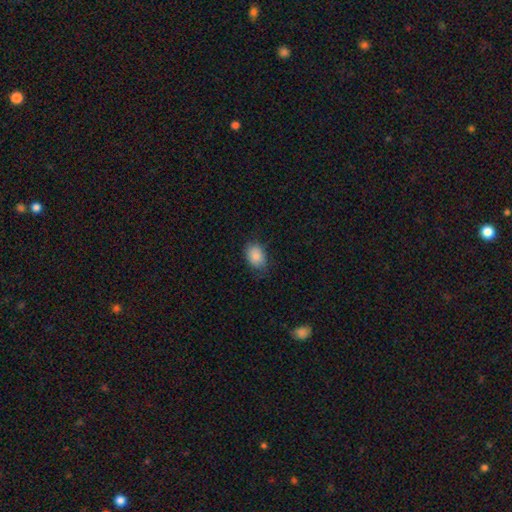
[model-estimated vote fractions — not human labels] smooth_or_featured: smooth (p=0.88) [alt: star or artifact p=0.08]
how_rounded: in between (p=0.81) [alt: round p=0.18]
merging: none (p=0.77) [alt: minor disturbance p=0.18]